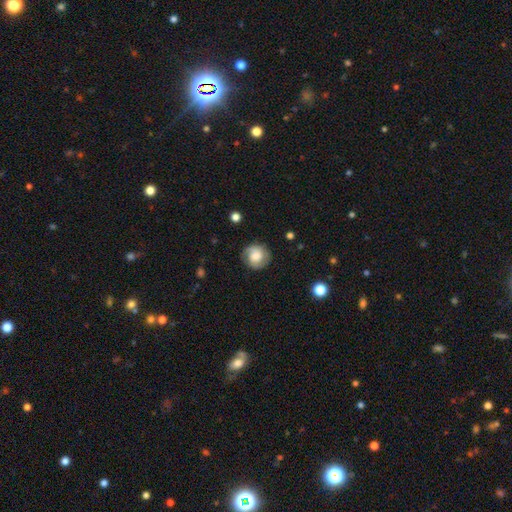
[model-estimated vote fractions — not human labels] This appears to be a smooth galaxy with no disk features (50%). Merging: none (78%).